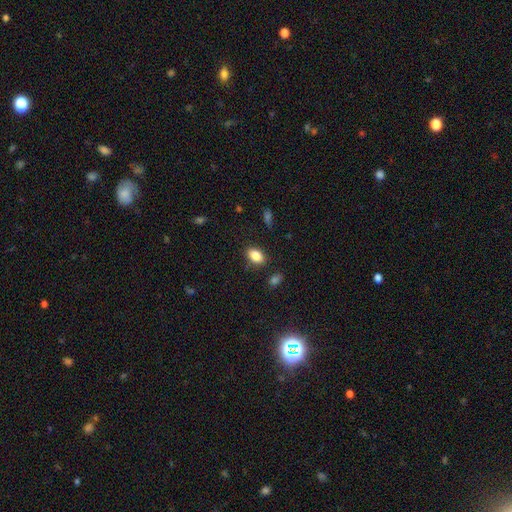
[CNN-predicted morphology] This appears to be a smooth galaxy with no disk features (85%) that is in between round and cigar-shaped (88%). Merging: none (83%).